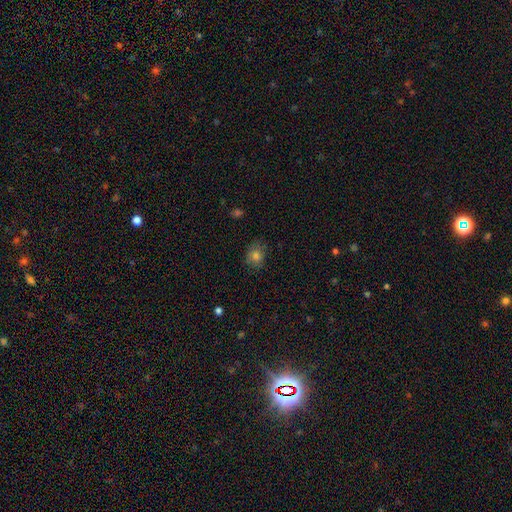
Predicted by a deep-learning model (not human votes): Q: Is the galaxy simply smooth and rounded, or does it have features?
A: smooth — 76%.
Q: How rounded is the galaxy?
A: round — 61%.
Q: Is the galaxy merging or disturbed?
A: none — 77%.